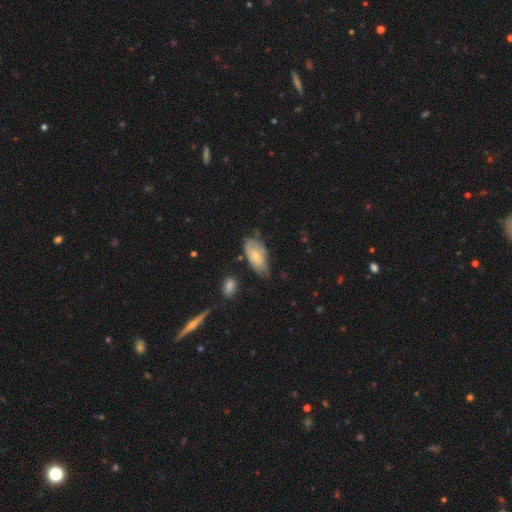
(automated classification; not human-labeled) A smooth galaxy with no disk features (59%) that is in between round and cigar-shaped (91%). Merging: none (48%).